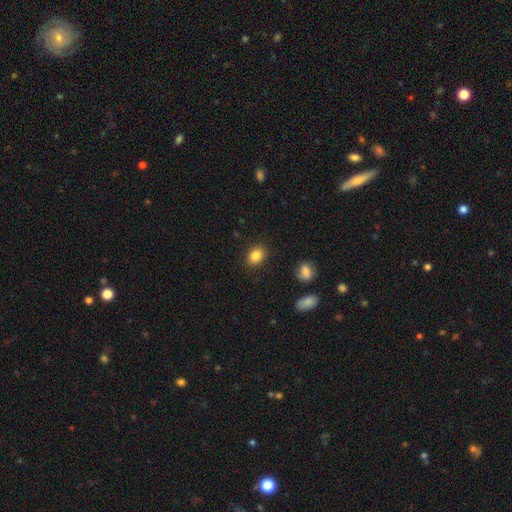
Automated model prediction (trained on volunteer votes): Smooth or featured? Predicted: smooth (p=0.86). How rounded? Predicted: in between (p=0.62). Merging? Predicted: none (p=0.88).